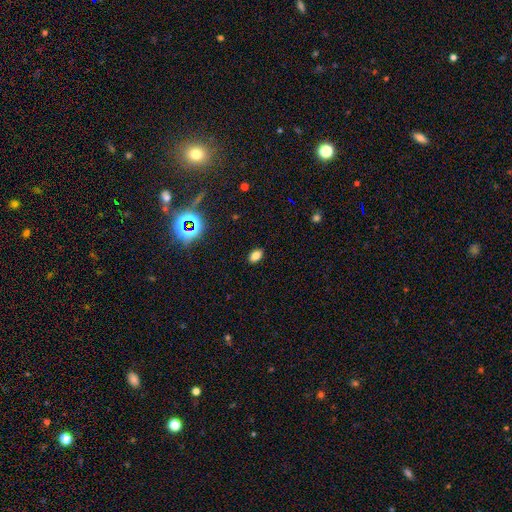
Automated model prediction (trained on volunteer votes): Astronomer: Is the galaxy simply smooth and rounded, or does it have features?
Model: smooth — 78%.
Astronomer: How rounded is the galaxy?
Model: in between — 85%.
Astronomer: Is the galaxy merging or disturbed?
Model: none — 88%.